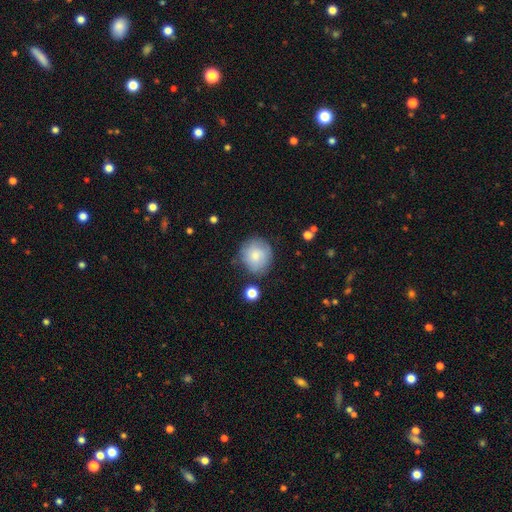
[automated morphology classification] This is likely a smooth galaxy (78%). How rounded: clearly round (89%). Merging: likely none (74%).